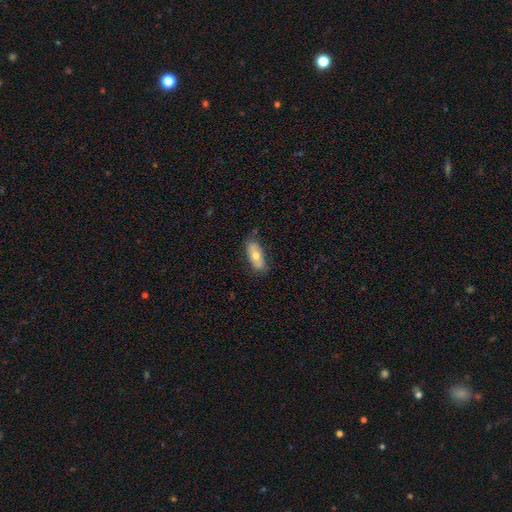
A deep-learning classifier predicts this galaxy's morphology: This appears to be a smooth galaxy with no disk features (67%) that is in between round and cigar-shaped (82%). Merging: none (79%).